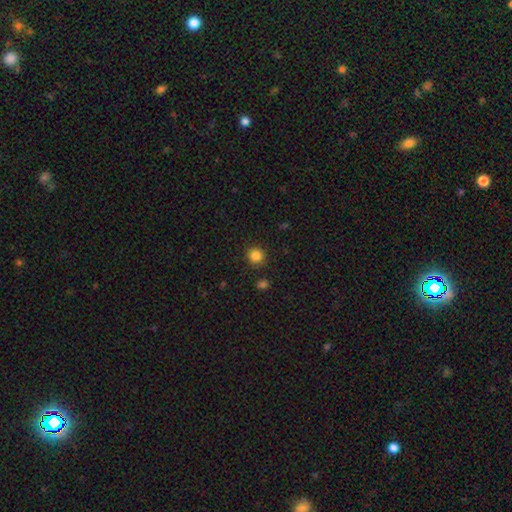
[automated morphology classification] A smooth galaxy with no disk features (84%) that is round (93%).

Vote fractions:
- Smooth or featured? smooth: 84% / star or artifact: 12% / featured or disk: 4%
- How rounded? round: 93% / in between: 6% / cigar-shaped: 1%
- Merging? none: 90% / minor disturbance: 6% / major disturbance: 2% / merger: 2%